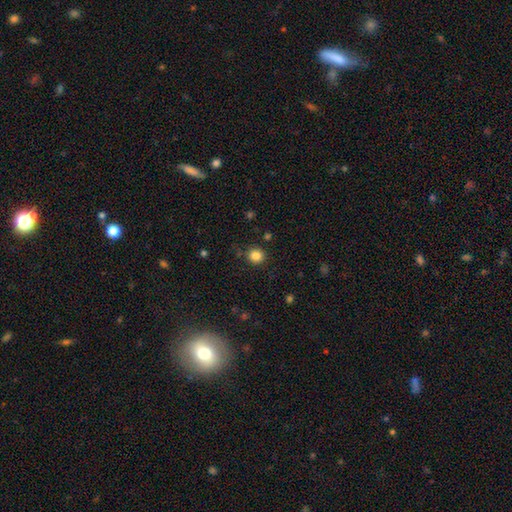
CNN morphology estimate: Smooth or featured? Predicted: smooth (p=0.84). How rounded? Predicted: round (p=0.89). Merging? Predicted: none (p=0.86).